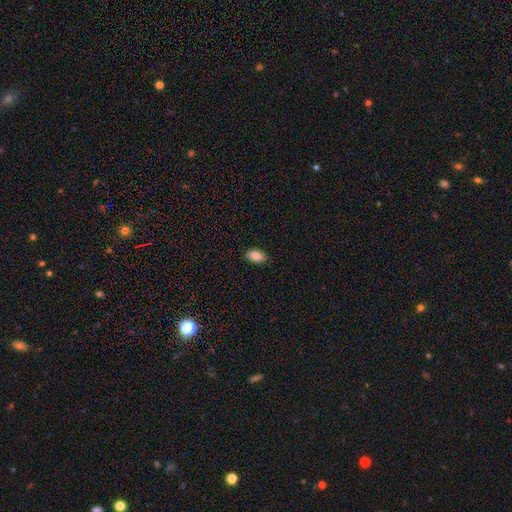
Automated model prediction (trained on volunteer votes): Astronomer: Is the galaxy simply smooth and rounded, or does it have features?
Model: smooth — 86%.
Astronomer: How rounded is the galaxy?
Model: in between — 92%.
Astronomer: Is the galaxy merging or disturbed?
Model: none — 88%.